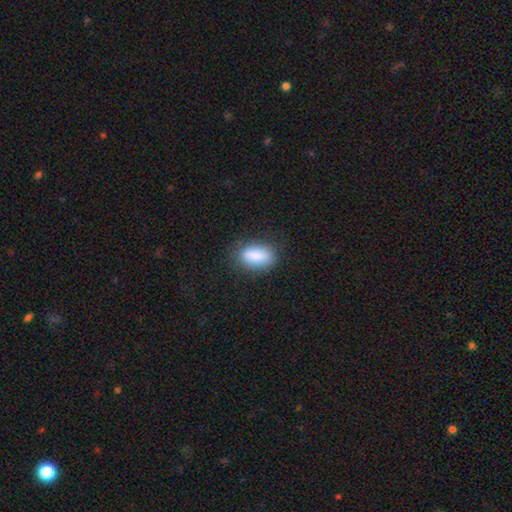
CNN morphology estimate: A smooth galaxy with no disk features (86%) that is in between round and cigar-shaped (86%).

Vote fractions:
- Smooth or featured? smooth: 86% / star or artifact: 8% / featured or disk: 6%
- How rounded? in between: 86% / round: 7% / cigar-shaped: 7%
- Merging? none: 79% / minor disturbance: 15% / major disturbance: 5% / merger: 1%